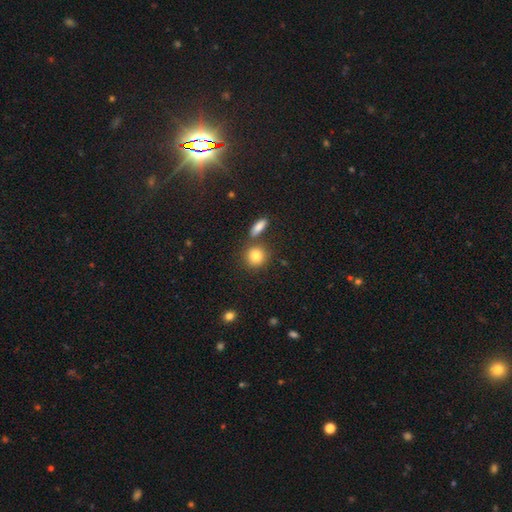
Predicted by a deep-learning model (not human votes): Smooth or featured?
  - smooth: 82% *
  - star or artifact: 9%
  - featured or disk: 8%
How rounded?
  - round: 83% *
  - in between: 15%
  - cigar-shaped: 2%
Merging?
  - none: 74% *
  - merger: 14%
  - minor disturbance: 9%
  - major disturbance: 3%